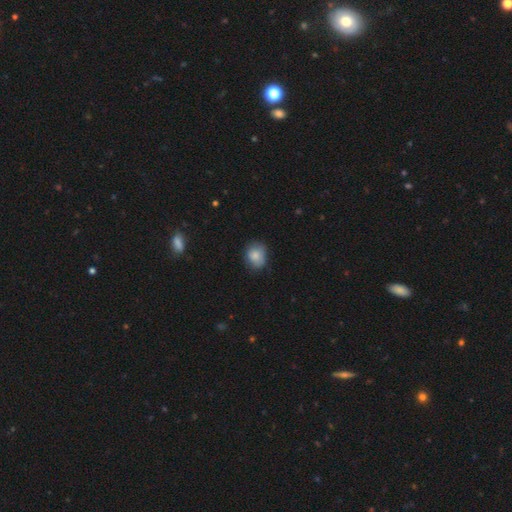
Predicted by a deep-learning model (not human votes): Smooth or featured: smooth — 82% (featured or disk — 10%)
How rounded: round — 58% (in between — 41%)
Merging: none — 68% (minor disturbance — 26%)